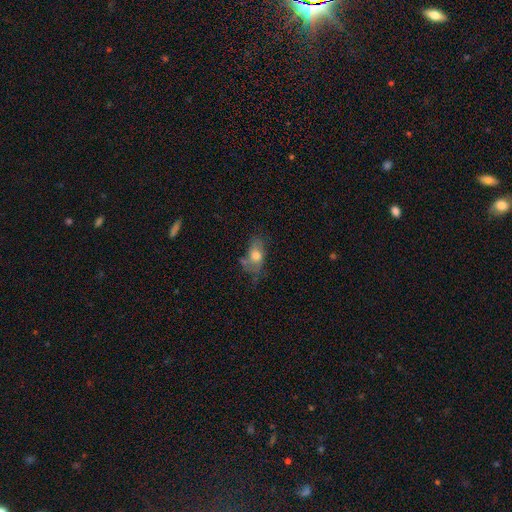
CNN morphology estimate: type=smooth (66%); roundness=in between (84%); merging=none (45%).